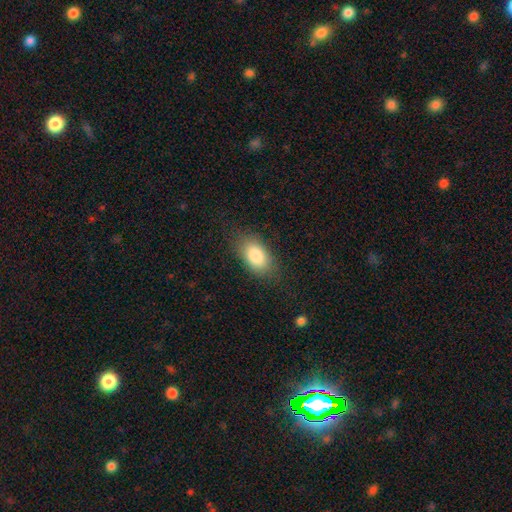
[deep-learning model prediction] Smooth or featured: smooth — 84% (featured or disk — 8%)
How rounded: in between — 92% (round — 6%)
Merging: none — 80% (minor disturbance — 14%)